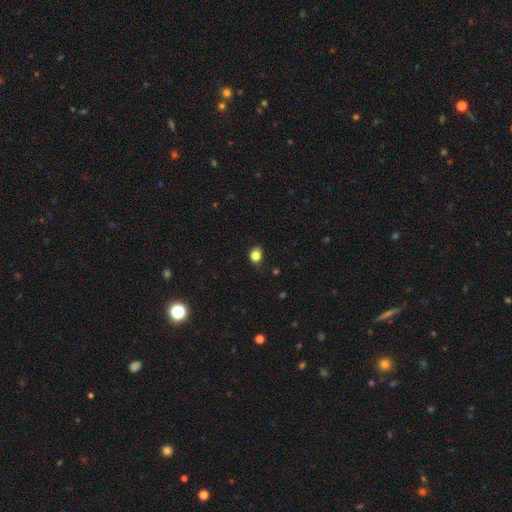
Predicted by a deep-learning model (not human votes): smooth-or-featured: smooth: 84% | star or artifact: 11% | featured or disk: 5%
  how-rounded: round: 58% | in between: 41% | cigar-shaped: 1%
  merging: none: 81% | minor disturbance: 15% | major disturbance: 3% | merger: 1%